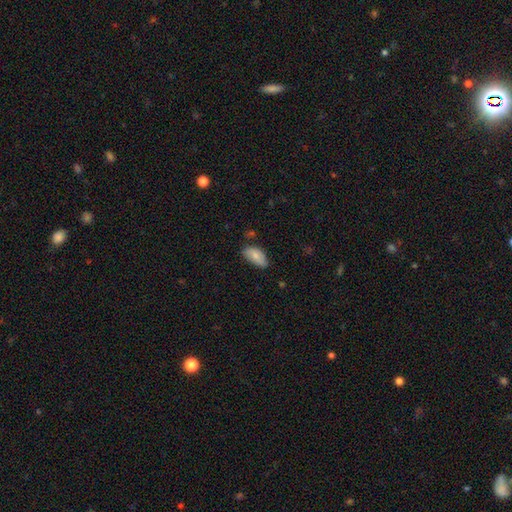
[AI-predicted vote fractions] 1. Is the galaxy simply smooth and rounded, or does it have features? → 79% smooth, 15% featured or disk, 7% star or artifact.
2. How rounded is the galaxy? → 93% in between, 4% cigar-shaped, 3% round.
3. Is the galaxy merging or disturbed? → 62% none, 31% minor disturbance, 5% major disturbance, 2% merger.